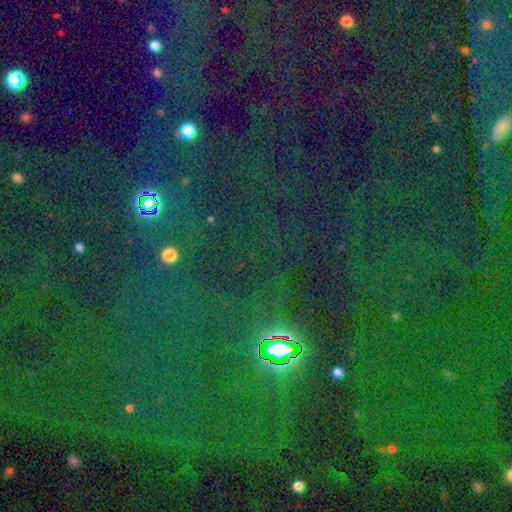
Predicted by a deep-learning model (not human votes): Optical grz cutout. It shows a star or artifact, not a galaxy (82%).